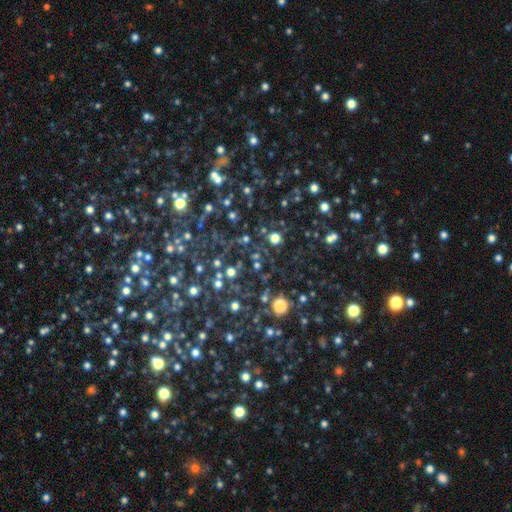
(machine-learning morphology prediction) star or artifact 72%, smooth 19%, featured or disk 9%.